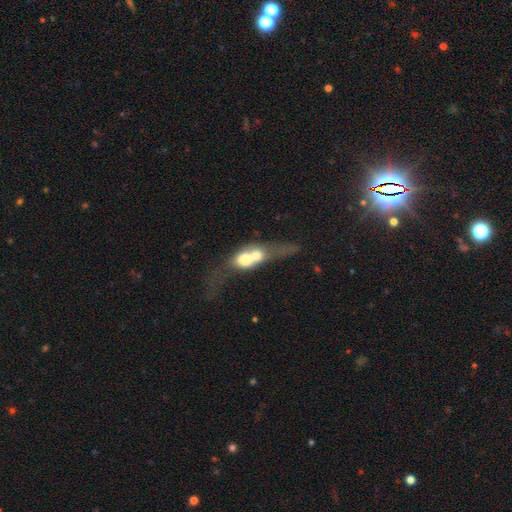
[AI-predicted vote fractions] Overall: smooth (53%; featured or disk 39%). How rounded: in between (48%; round 28%). Merging: merger (67%).